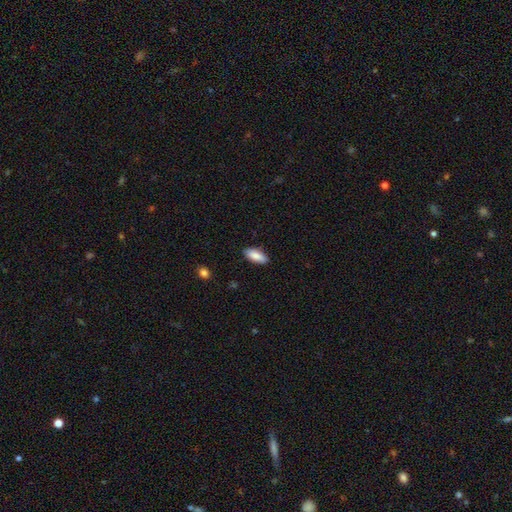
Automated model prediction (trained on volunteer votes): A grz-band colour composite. It shows a smooth galaxy with no disk features (87%) that is in between round and cigar-shaped (82%). Merging: none (87%).